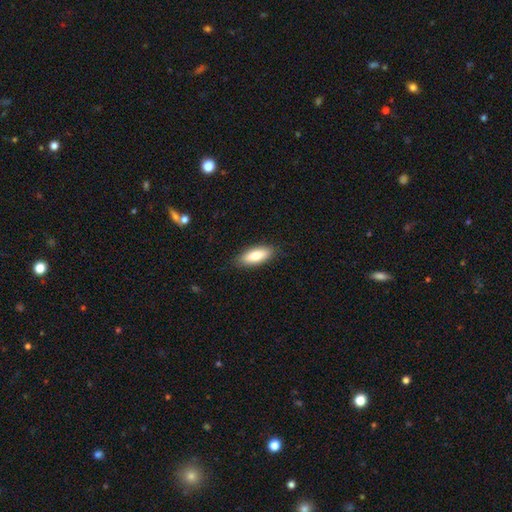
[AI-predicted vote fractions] smooth-or-featured: smooth: 80% | featured or disk: 14% | star or artifact: 6%
  how-rounded: in between: 73% | cigar-shaped: 25% | round: 2%
  merging: none: 87% | minor disturbance: 10% | major disturbance: 2% | merger: 1%